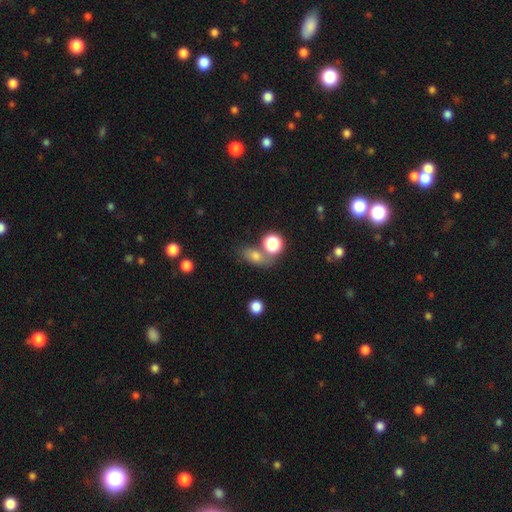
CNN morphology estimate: smooth_or_featured: smooth (p=0.73) [alt: star or artifact p=0.16]
how_rounded: in between (p=0.66) [alt: round p=0.27]
merging: none (p=0.56) [alt: merger p=0.24]